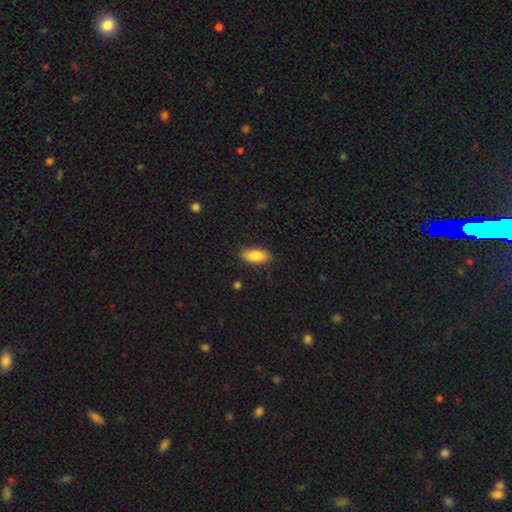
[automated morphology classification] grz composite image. It shows a smooth galaxy with no disk features (85%) that is in between round and cigar-shaped (88%). Merging: none (84%).